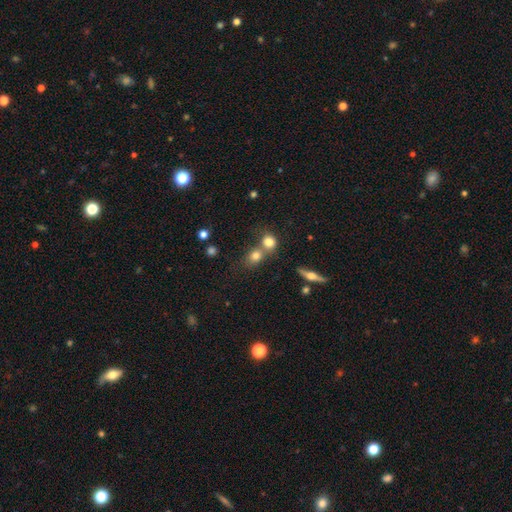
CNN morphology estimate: type=smooth (75%); roundness=round (65%); merging=none (44%, tied with merger).